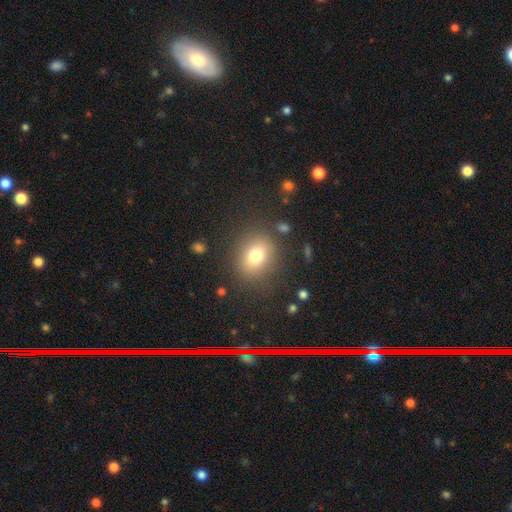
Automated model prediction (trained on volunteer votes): Smooth or featured?
  - smooth: 76% *
  - star or artifact: 13%
  - featured or disk: 11%
How rounded?
  - round: 63% *
  - in between: 36%
  - cigar-shaped: 1%
Merging?
  - none: 83% *
  - minor disturbance: 10%
  - major disturbance: 5%
  - merger: 2%